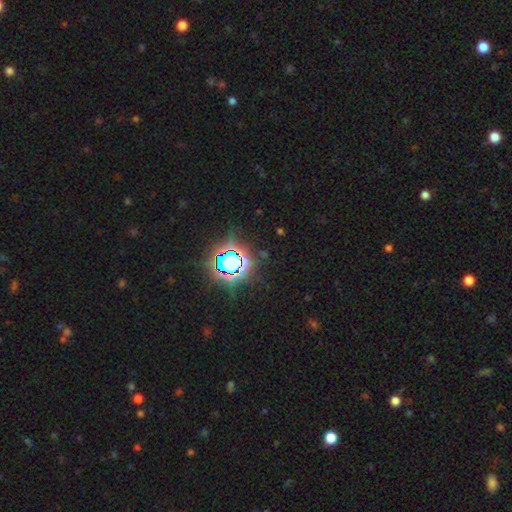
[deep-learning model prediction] This appears to be a star or artifact, not a galaxy (80%).